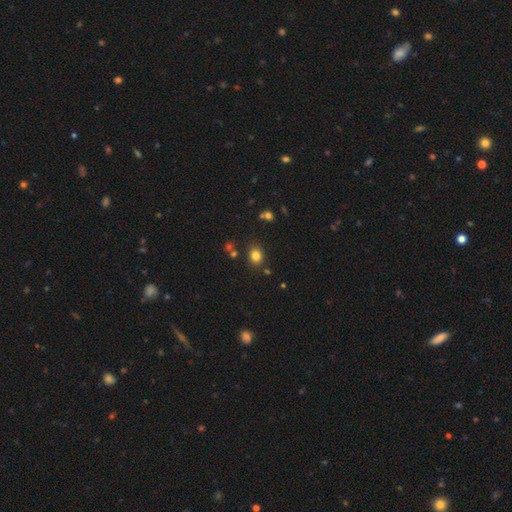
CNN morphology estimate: Q: Smooth or featured?
A: smooth (80%); runner-up: star or artifact (13%)
Q: How rounded?
A: round (61%); runner-up: in between (38%)
Q: Merging?
A: none (82%); runner-up: minor disturbance (10%)